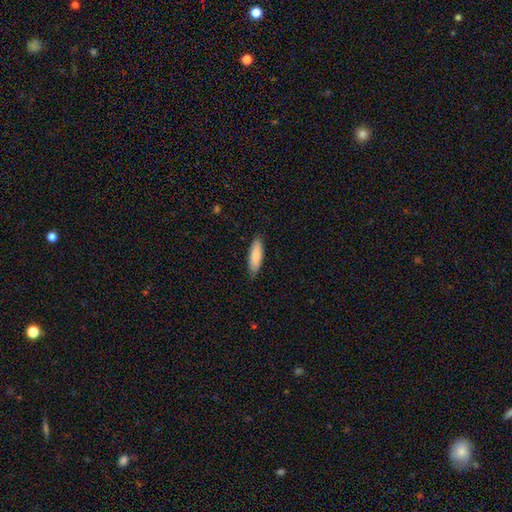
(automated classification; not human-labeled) This appears to be a smooth galaxy with no disk features (83%) that is in between round and cigar-shaped (53%). Merging: none (84%).